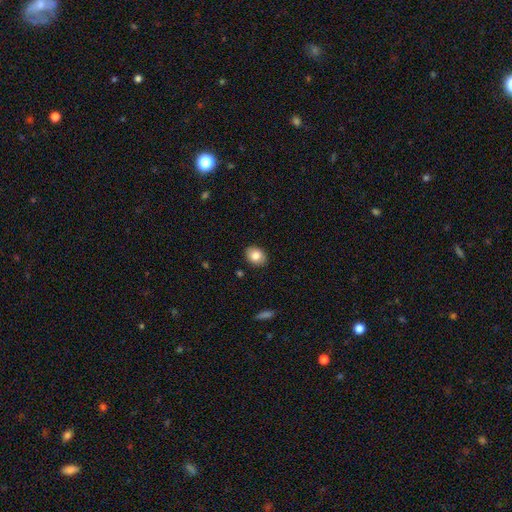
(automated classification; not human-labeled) Morphology: type=smooth (82%); roundness=in between (61%); merging=none (89%).